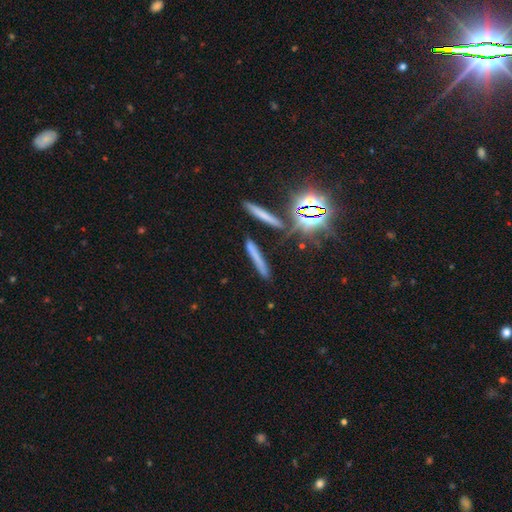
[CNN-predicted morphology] Smooth or featured? smooth (56%)
How rounded? cigar-shaped (91%)
Merging? none (81%)